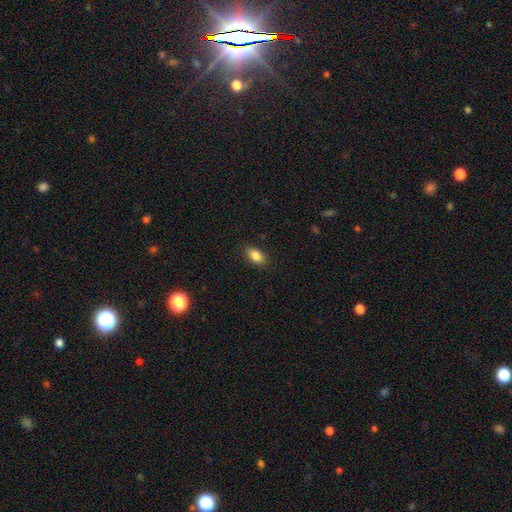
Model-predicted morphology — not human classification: A smooth galaxy with no disk features (85%) that is in between round and cigar-shaped (89%). Merging: none (87%).